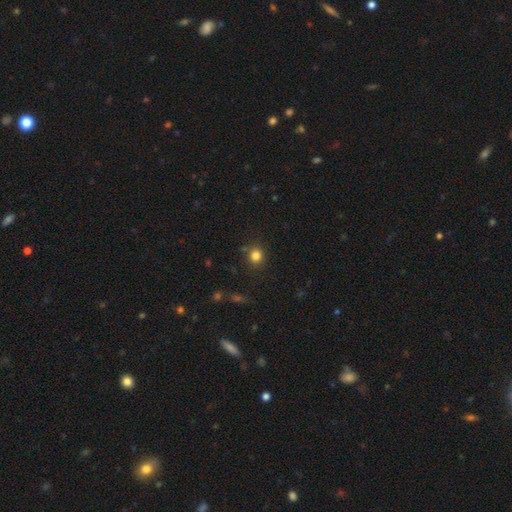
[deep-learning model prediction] Smooth or featured? Predicted: smooth (p=0.82). How rounded? Predicted: round (p=0.88). Merging? Predicted: none (p=0.84).